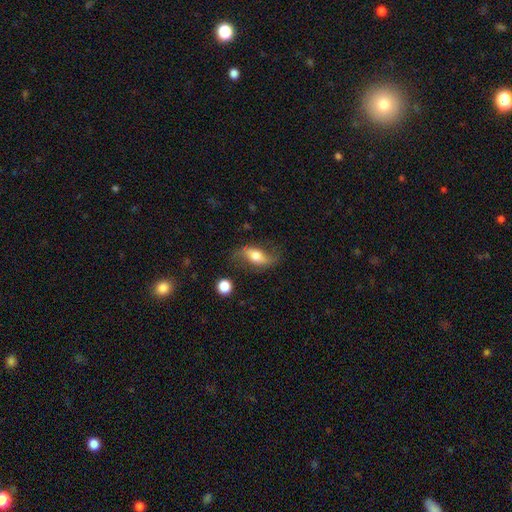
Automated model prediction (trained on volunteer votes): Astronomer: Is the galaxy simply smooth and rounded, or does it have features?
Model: featured or disk — 48% (runner-up: smooth, 44%).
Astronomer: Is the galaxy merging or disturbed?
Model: none — 66%.